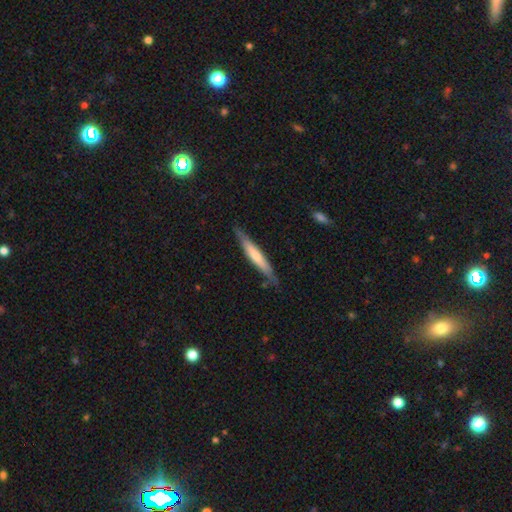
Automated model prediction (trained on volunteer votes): This appears to be a smooth galaxy with no disk features (56%) that is cigar-shaped (93%). Merging: none (83%).